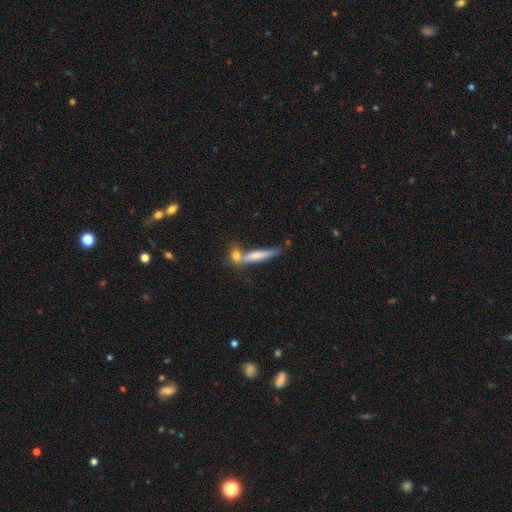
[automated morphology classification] smooth-or-featured: smooth: 58% | featured or disk: 34% | star or artifact: 8%
  how-rounded: cigar-shaped: 87% | in between: 10% | round: 3%
  merging: none: 53% | merger: 30% | minor disturbance: 13% | major disturbance: 5%